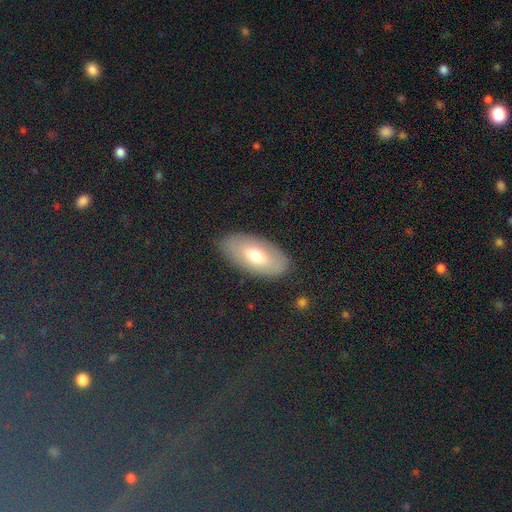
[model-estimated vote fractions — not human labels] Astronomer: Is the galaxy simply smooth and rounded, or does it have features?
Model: smooth — 62%.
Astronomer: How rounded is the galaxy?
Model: in between — 93%.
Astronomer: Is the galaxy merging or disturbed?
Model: none — 84%.